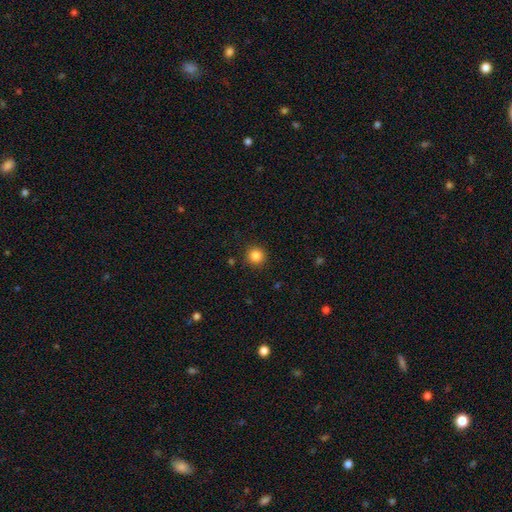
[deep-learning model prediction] This appears to be a smooth galaxy with no disk features (85%) that is round (95%). Merging: none (91%).